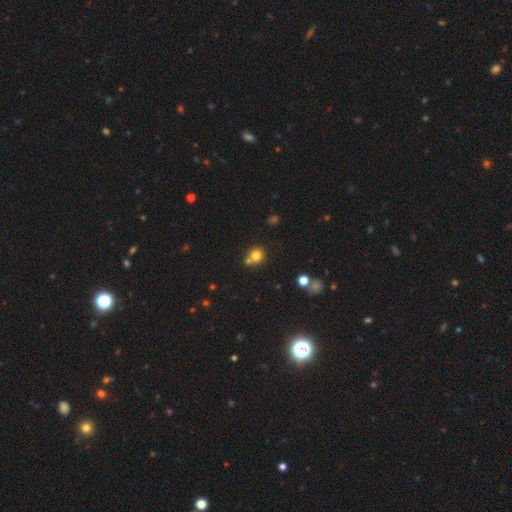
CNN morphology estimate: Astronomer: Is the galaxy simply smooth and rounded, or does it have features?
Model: smooth — 77%.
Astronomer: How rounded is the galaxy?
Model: round — 89%.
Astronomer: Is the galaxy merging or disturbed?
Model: none — 60%.